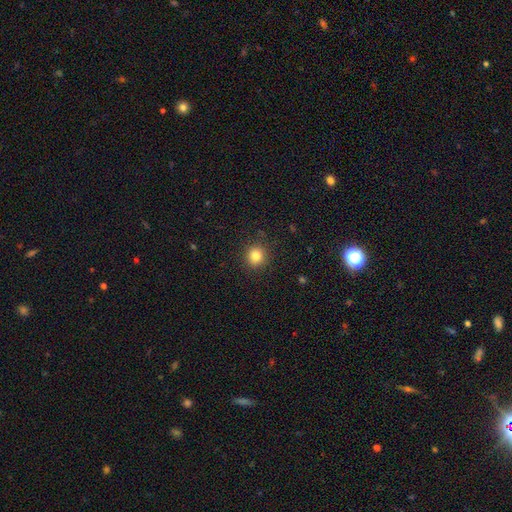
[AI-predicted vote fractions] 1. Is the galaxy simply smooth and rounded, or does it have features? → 83% smooth, 12% star or artifact, 5% featured or disk.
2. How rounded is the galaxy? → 87% round, 12% in between, 1% cigar-shaped.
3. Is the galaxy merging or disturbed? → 90% none, 7% minor disturbance, 2% major disturbance, 1% merger.